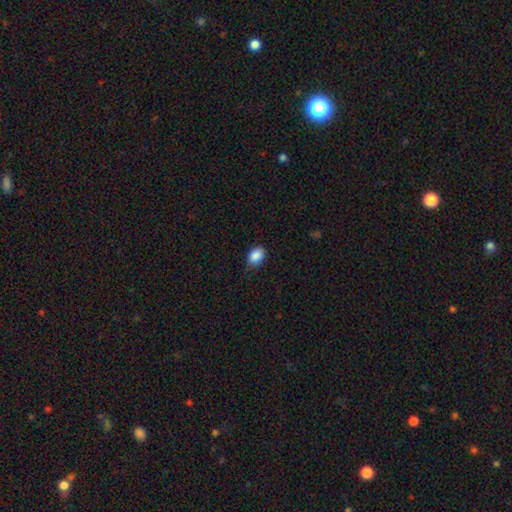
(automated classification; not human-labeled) A smooth galaxy with no disk features (88%) that is in between round and cigar-shaped (79%). Merging: none (80%).